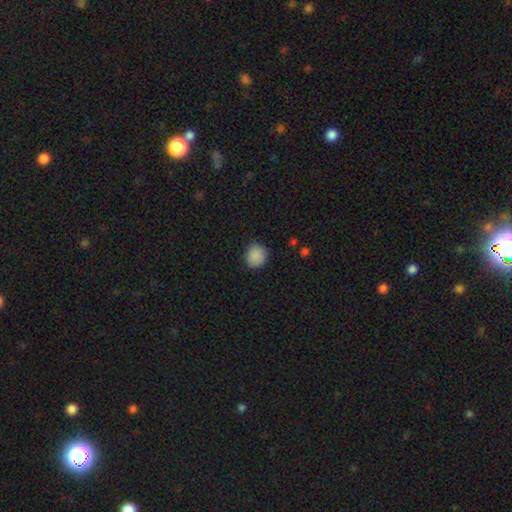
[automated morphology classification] type=smooth (88%); roundness=round (84%); merging=none (88%).